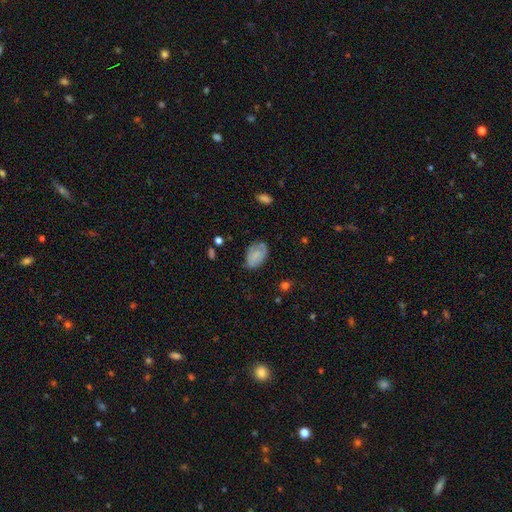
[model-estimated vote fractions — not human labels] A smooth galaxy with no disk features (72%) that is in between round and cigar-shaped (89%).

Vote fractions:
- Smooth or featured? smooth: 72% / featured or disk: 21% / star or artifact: 8%
- How rounded? in between: 89% / round: 10% / cigar-shaped: 1%
- Merging? none: 64% / minor disturbance: 27% / major disturbance: 8% / merger: 2%